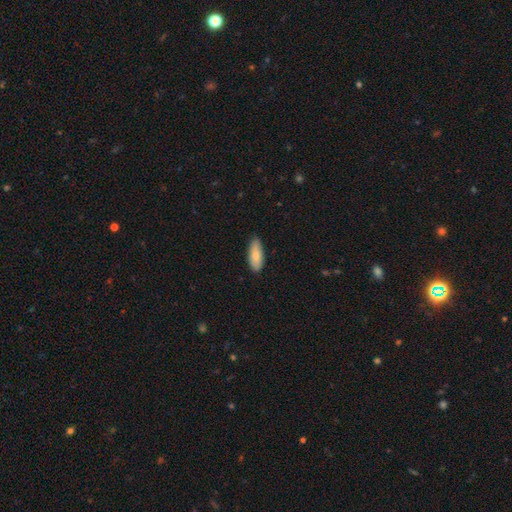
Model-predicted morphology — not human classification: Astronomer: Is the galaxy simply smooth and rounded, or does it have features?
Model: smooth — 83%.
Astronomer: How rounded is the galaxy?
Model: in between — 79%.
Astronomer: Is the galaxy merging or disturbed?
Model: none — 83%.